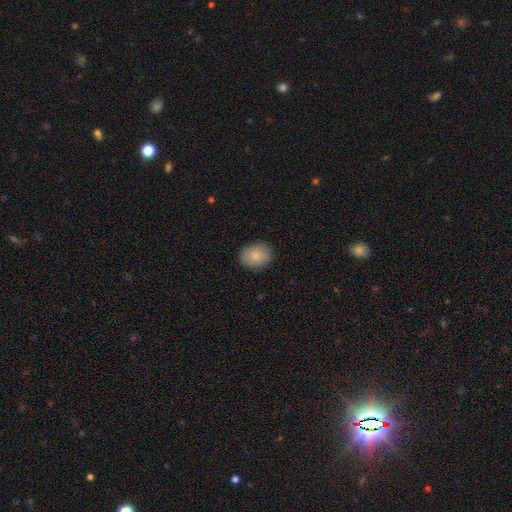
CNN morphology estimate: type=smooth (84%); roundness=in between (52%); merging=none (86%).